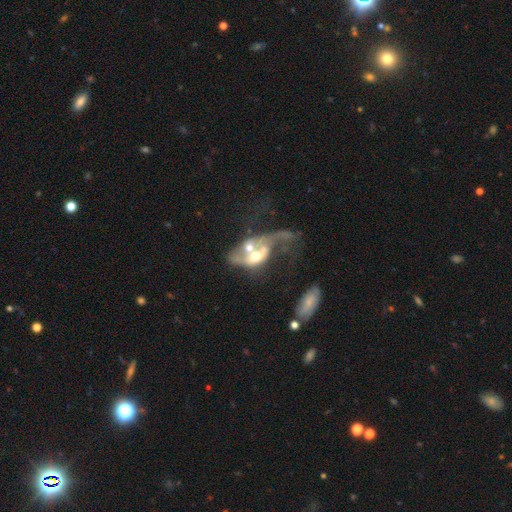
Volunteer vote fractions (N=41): smooth_or_featured: featured or disk (p=0.56) [alt: smooth p=0.39]
disk_edge_on: no (p=0.78) [alt: yes p=0.22]
bar: no (p=0.67) [alt: weak p=0.22]
has_spiral_arms: no (p=0.61) [alt: yes p=0.39]
bulge_size: moderate (p=0.89) [alt: large p=0.06]
merging: merger (p=0.67) [alt: major disturbance p=0.21]